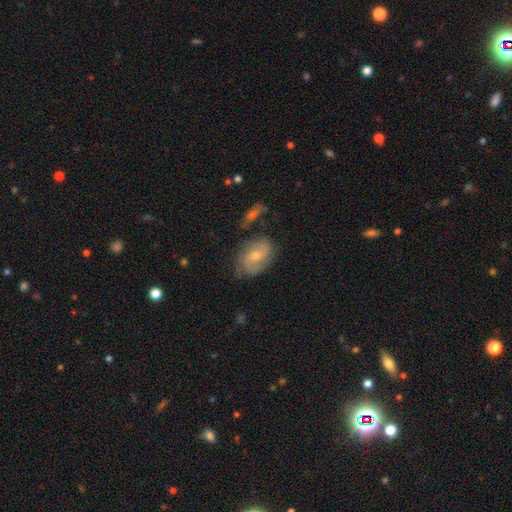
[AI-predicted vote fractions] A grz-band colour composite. It shows a featured or disk galaxy (72%) with no bar (50%), 2 (78%) medium (49%) spiral arms (92%) and a moderate central bulge (55%). Merging: none (67%).